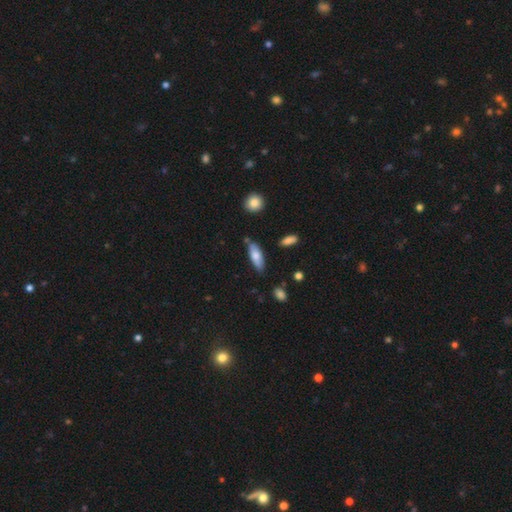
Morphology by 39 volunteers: smooth-or-featured: smooth: 77% | featured or disk: 13% | star or artifact: 10%
  how-rounded: in between: 50% (tied) | cigar-shaped: 50% (tied) | round: 0%
  merging: none: 69% | minor disturbance: 20% | major disturbance: 9% | merger: 3%